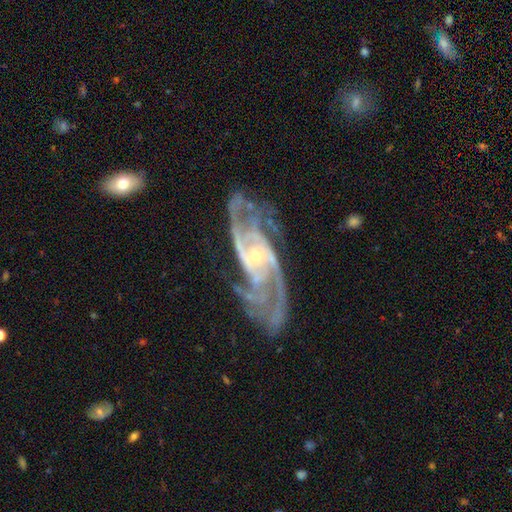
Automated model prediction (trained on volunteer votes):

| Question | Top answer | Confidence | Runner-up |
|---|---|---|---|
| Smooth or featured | featured or disk | 92% | star or artifact (5%) |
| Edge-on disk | no | 95% | yes (5%) |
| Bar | no | 52% | weak (31%) |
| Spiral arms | yes | 98% | no (2%) |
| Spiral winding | medium | 48% | tight (39%) |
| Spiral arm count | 2 | 36% | 3 (26%) |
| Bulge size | small | 67% | moderate (30%) |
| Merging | none | 68% | minor disturbance (19%) |